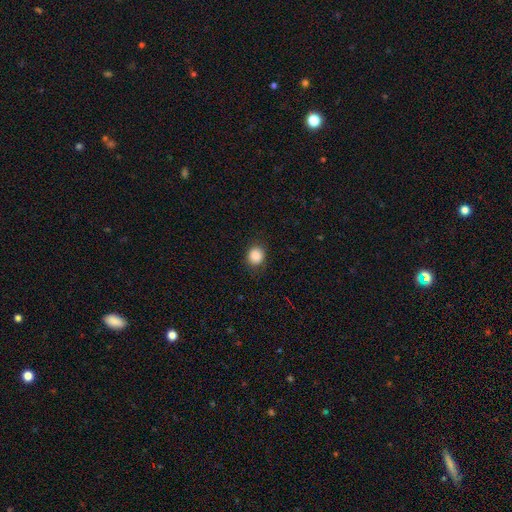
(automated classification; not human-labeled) Smooth or featured? Predicted: smooth (p=0.87). How rounded? Predicted: round (p=0.77). Merging? Predicted: none (p=0.84).